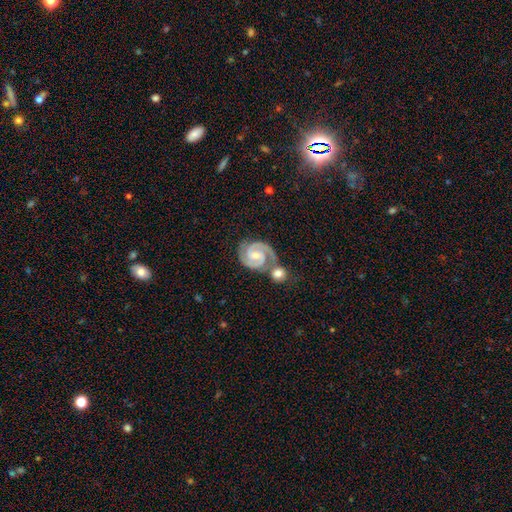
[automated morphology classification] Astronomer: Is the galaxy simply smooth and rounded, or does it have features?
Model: featured or disk — 91%.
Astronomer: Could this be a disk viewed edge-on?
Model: no — 98%.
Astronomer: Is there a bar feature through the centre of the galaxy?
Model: no — 45% (runner-up: weak, 40%).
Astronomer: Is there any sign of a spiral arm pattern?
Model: yes — 99%.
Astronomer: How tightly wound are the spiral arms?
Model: tight — 62%.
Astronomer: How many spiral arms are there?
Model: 2 — 89%.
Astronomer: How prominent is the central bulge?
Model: small — 55% (runner-up: moderate, 39%).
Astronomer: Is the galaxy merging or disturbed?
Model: none — 54%.